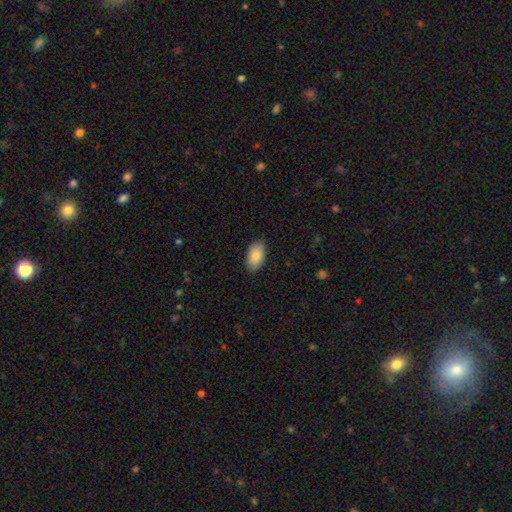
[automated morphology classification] Overall: smooth (88%). How rounded: in between (95%). Merging: none (86%).